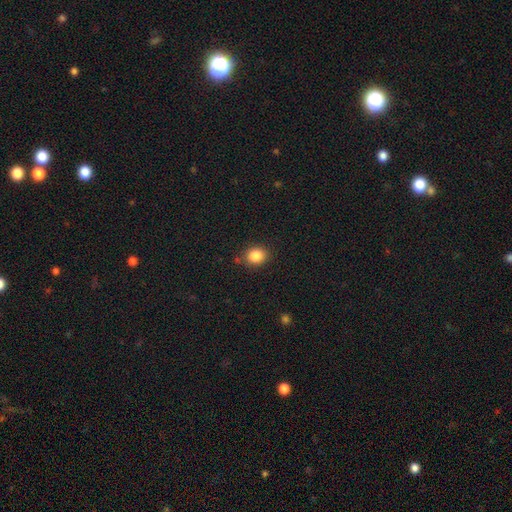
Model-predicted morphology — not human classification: Overall: smooth (86%). How rounded: round (61%; in between 38%). Merging: none (84%).